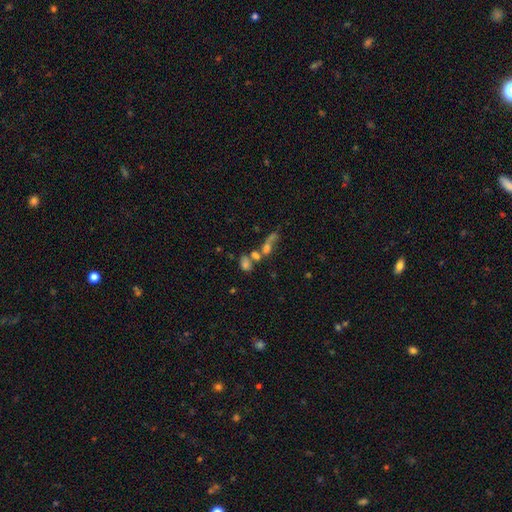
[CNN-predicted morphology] Smooth or featured: smooth — 40% (featured or disk — 37%)
Merging: merger — 47% (none — 29%)